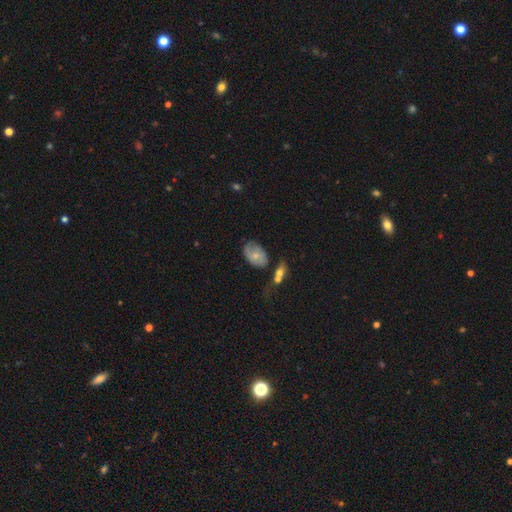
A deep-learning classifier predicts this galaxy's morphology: This is possibly a smooth galaxy (57%). How rounded: clearly in between (87%). Merging: possibly none (47%).